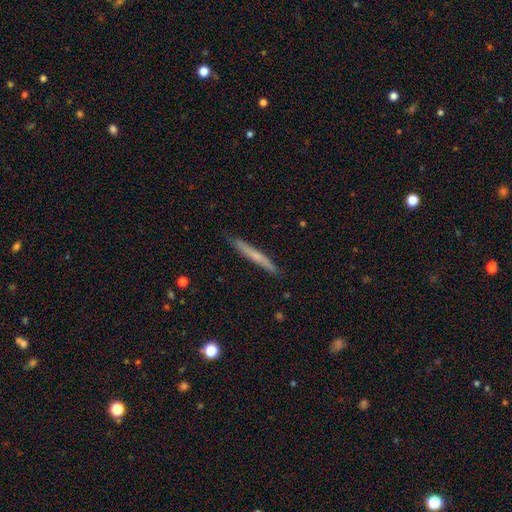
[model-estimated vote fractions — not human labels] This is possibly a smooth galaxy (53%). How rounded: clearly cigar-shaped (96%). Merging: clearly none (88%).